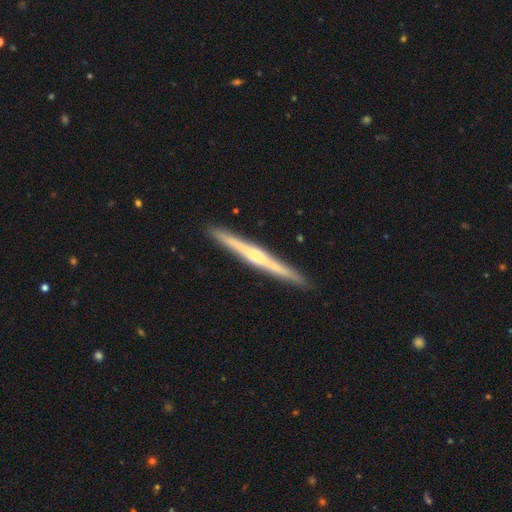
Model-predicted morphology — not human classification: featured or disk 67%, smooth 28%, star or artifact 5%. Down the decision tree: edge-on disk — yes (98%); edge-on bulge — none (42%); merging — none (92%).